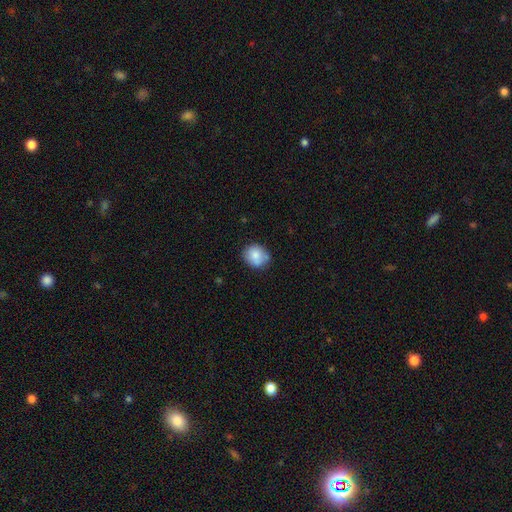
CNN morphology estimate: This appears to be a smooth galaxy with no disk features (78%) that is round (66%). Merging: none (67%).